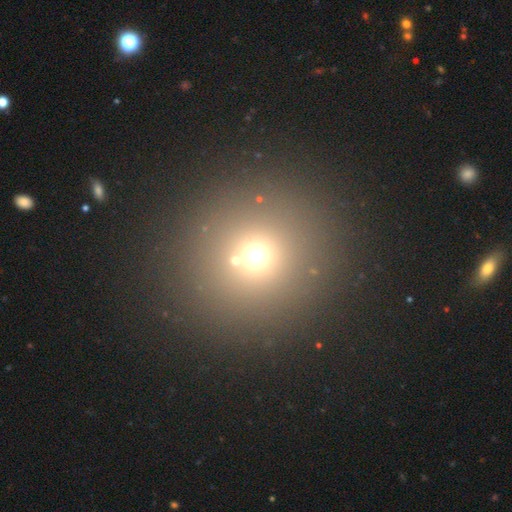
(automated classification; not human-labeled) This is likely a smooth galaxy (63%). How rounded: clearly round (93%). Merging: clearly none (83%).